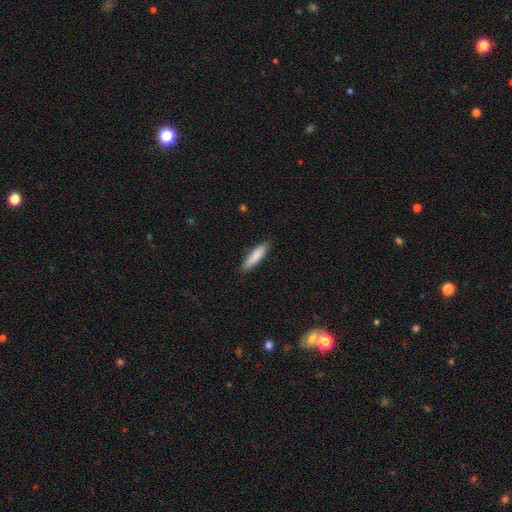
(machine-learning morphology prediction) A smooth galaxy with no disk features (84%) that is cigar-shaped (81%). Merging: none (88%).